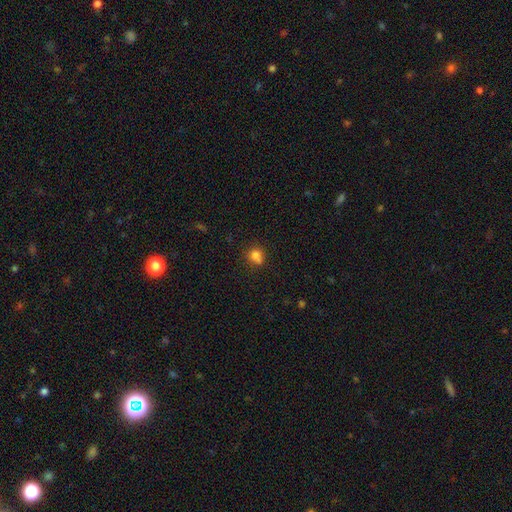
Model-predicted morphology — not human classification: Overall: smooth (79%). How rounded: round (77%). Merging: none (57%; merger 21%).